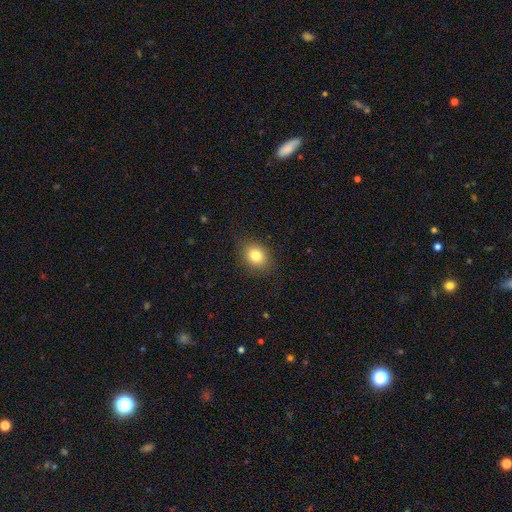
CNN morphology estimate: Smooth or featured? smooth (82%)
How rounded? round (53%)
Merging? none (87%)